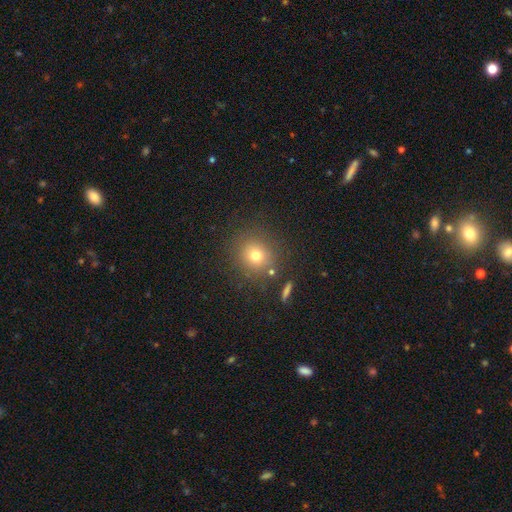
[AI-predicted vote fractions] Smooth or featured? smooth (74%)
How rounded? round (87%)
Merging? none (82%)